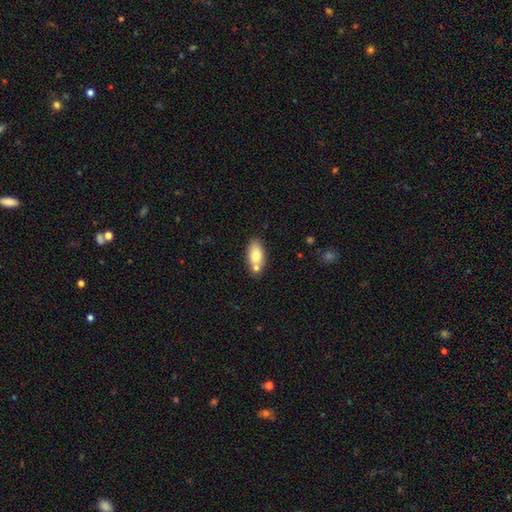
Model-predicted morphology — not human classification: Smooth or featured? smooth (75%)
How rounded? in between (89%)
Merging? none (62%)